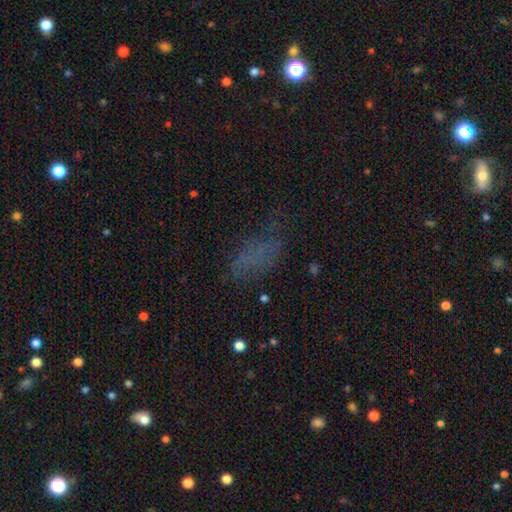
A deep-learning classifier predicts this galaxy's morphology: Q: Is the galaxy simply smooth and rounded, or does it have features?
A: smooth — 52%.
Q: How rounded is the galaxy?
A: in between — 81%.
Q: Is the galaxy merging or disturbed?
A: none — 51%.